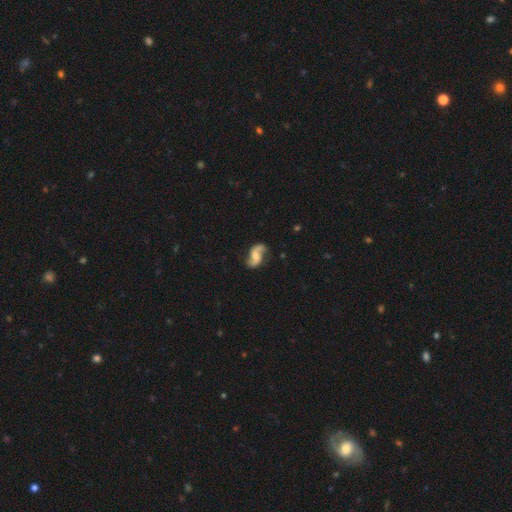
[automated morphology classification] Smooth or featured? Predicted: featured or disk (p=0.86). Edge-on disk? Predicted: no (p=0.98). Bar? Predicted: weak (p=0.44). Spiral arms? Predicted: yes (p=0.97). Spiral winding? Predicted: loose (p=0.63). Spiral arm count? Predicted: 2 (p=0.93). Bulge size? Predicted: moderate (p=0.36). Merging? Predicted: none (p=0.77).